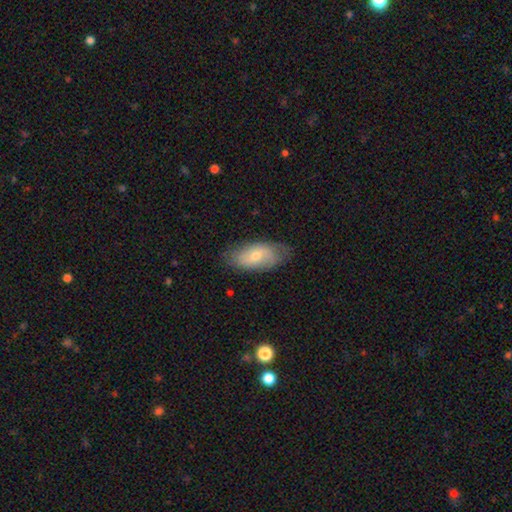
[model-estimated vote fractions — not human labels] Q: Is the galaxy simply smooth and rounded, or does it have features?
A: smooth — 55%.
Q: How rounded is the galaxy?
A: in between — 90%.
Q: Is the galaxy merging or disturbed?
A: none — 74%.